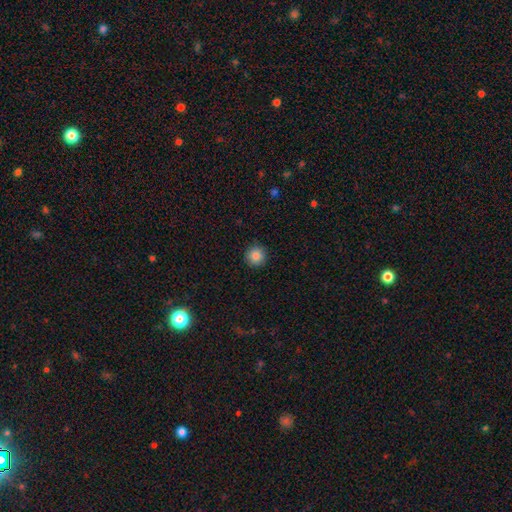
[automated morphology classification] smooth 85%, star or artifact 10%, featured or disk 5%. Down the decision tree: how rounded — round (96%); merging — none (92%).